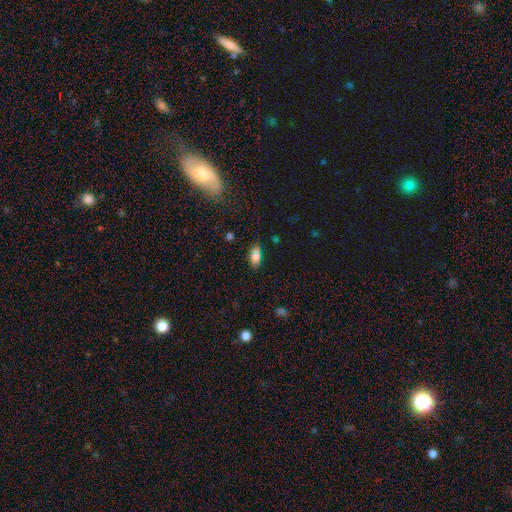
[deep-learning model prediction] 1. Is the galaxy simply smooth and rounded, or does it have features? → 71% smooth, 19% star or artifact, 10% featured or disk.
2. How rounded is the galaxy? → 86% in between, 7% cigar-shaped, 7% round.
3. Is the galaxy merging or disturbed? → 77% none, 14% minor disturbance, 4% merger, 4% major disturbance.